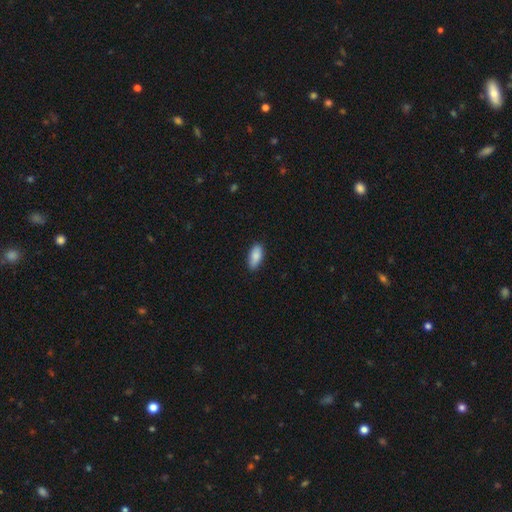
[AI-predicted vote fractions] Morphology: type=smooth (88%); roundness=in between (86%); merging=none (84%).